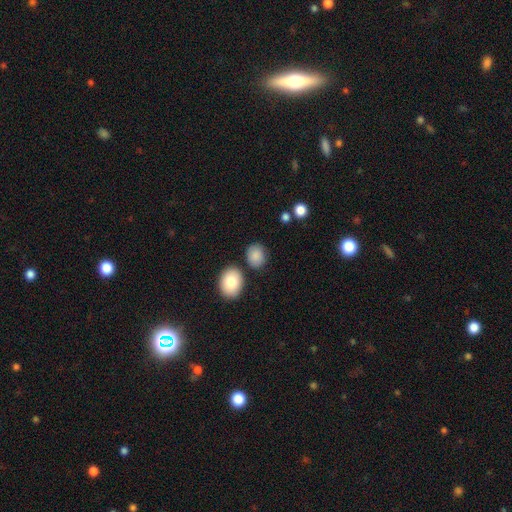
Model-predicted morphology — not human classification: Smooth or featured? smooth (87%)
How rounded? round (54%)
Merging? none (78%)